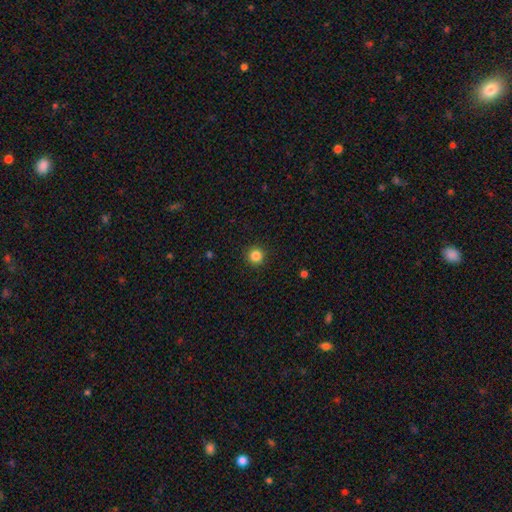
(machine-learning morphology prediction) smooth-or-featured: smooth: 85% | star or artifact: 11% | featured or disk: 4%
  how-rounded: round: 96% | in between: 3% | cigar-shaped: 1%
  merging: none: 92% | minor disturbance: 5% | major disturbance: 2% | merger: 1%